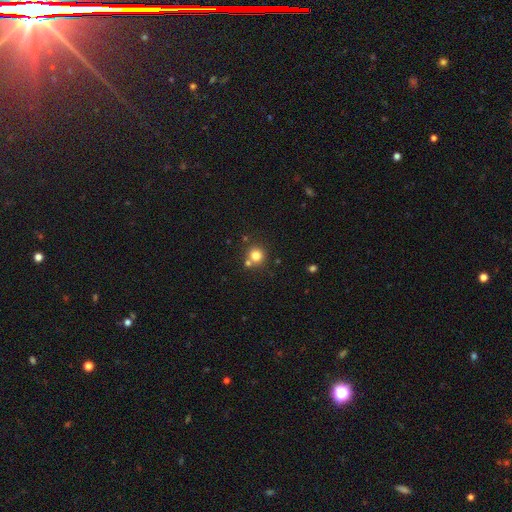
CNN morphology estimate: This appears to be a smooth galaxy with no disk features (79%) that is round (92%). Merging: none (70%).